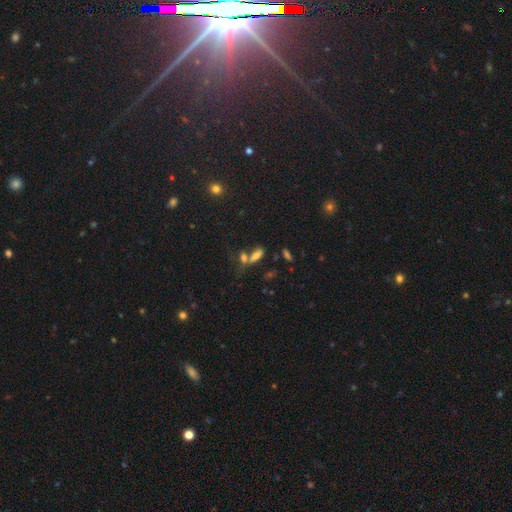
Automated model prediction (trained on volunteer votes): This appears to be a smooth galaxy with no disk features (67%) that is in between round and cigar-shaped (57%). Merging: none (47%).